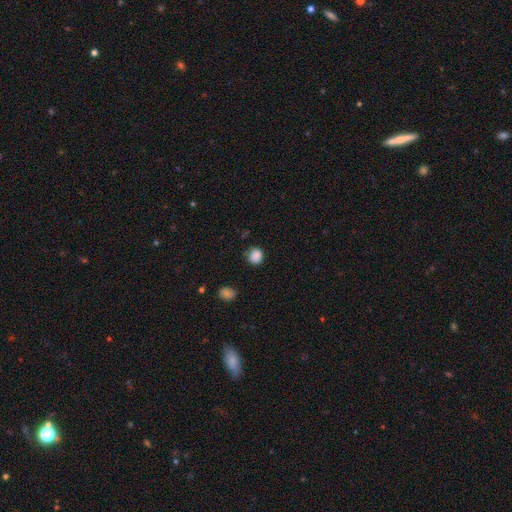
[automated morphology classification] A smooth galaxy with no disk features (86%) that is round (82%). Merging: none (77%).